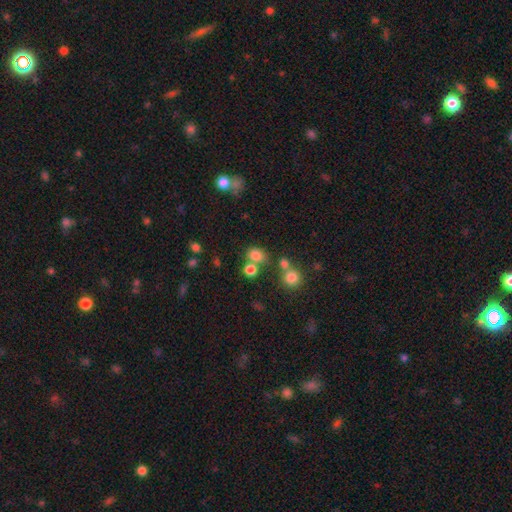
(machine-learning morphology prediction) smooth_or_featured: smooth (p=0.77) [alt: star or artifact p=0.16]
how_rounded: in between (p=0.51) [alt: round p=0.47]
merging: none (p=0.61) [alt: merger p=0.22]